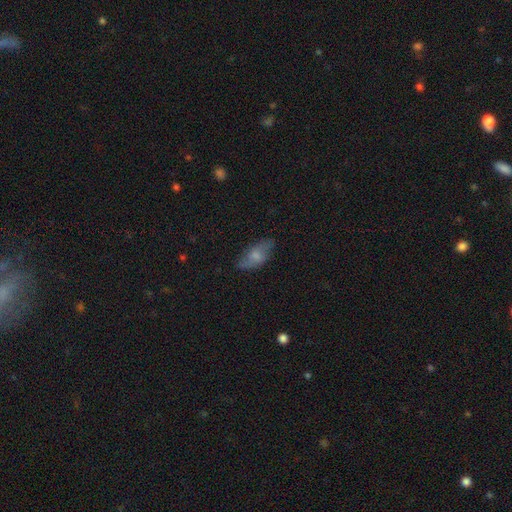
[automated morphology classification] Smooth or featured: smooth — 61% (featured or disk — 31%)
How rounded: in between — 84% (cigar-shaped — 12%)
Merging: none — 70% (minor disturbance — 22%)